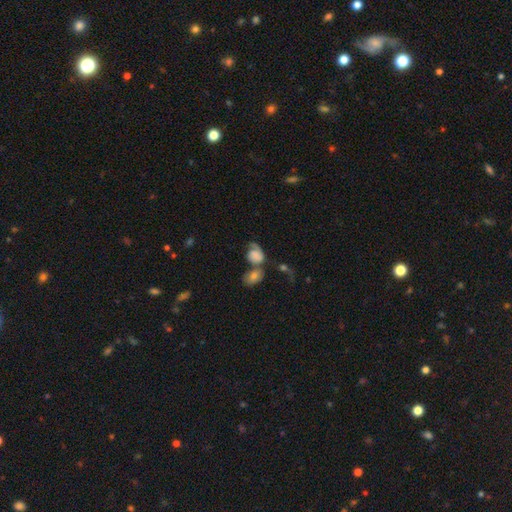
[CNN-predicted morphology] The model was most divided on "merging": merger: 32%, none: 28%, major disturbance: 21%, minor disturbance: 19%. More confident: how rounded — in between (60%); smooth or featured — smooth (60%).